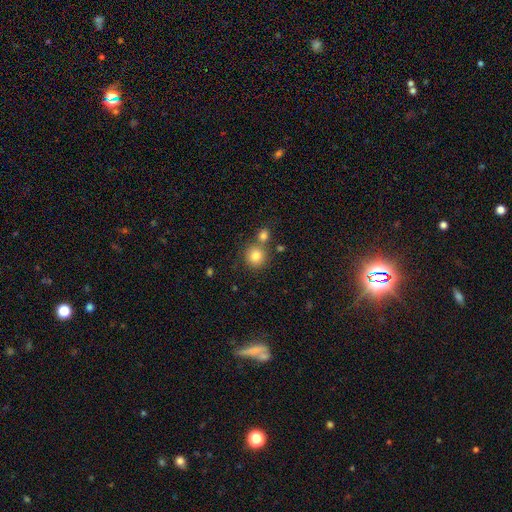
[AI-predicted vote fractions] Smooth or featured?
  - smooth: 81% *
  - star or artifact: 11%
  - featured or disk: 8%
How rounded?
  - round: 91% *
  - in between: 9%
  - cigar-shaped: 1%
Merging?
  - none: 65% *
  - merger: 24%
  - minor disturbance: 8%
  - major disturbance: 3%